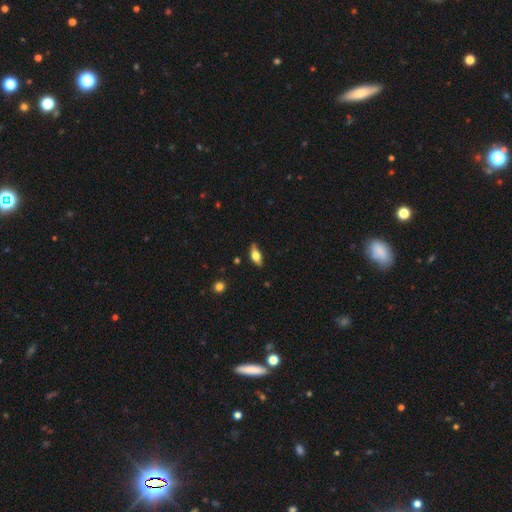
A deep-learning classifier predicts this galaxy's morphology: smooth 57%, featured or disk 36%, star or artifact 7%. Down the decision tree: how rounded — in between (80%); merging — none (77%).